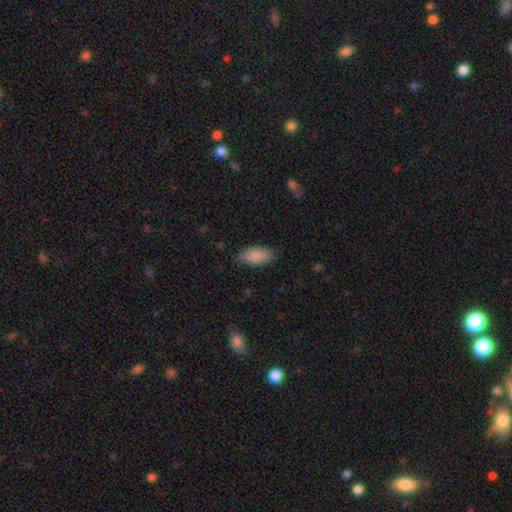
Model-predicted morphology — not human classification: type=smooth (89%); roundness=in between (93%); merging=none (83%).